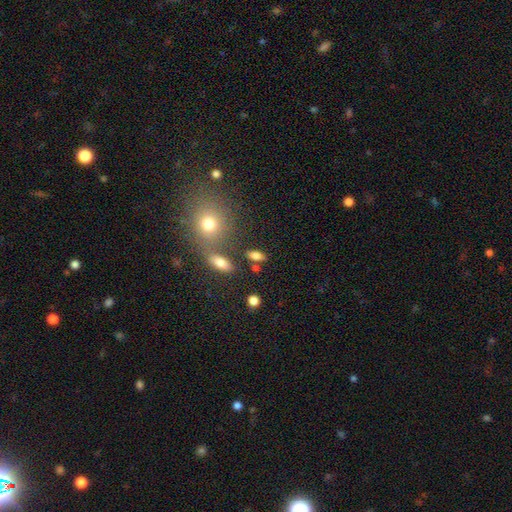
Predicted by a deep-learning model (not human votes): Smooth or featured?
  - smooth: 78% *
  - featured or disk: 11%
  - star or artifact: 10%
How rounded?
  - in between: 79% *
  - cigar-shaped: 11%
  - round: 10%
Merging?
  - none: 75% *
  - minor disturbance: 11%
  - merger: 10%
  - major disturbance: 4%